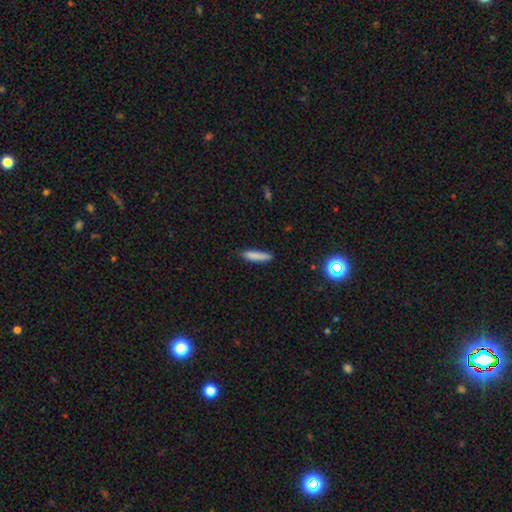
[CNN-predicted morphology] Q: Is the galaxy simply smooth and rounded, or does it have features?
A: smooth — 84%.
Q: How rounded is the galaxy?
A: cigar-shaped — 84%.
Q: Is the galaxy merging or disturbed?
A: none — 84%.